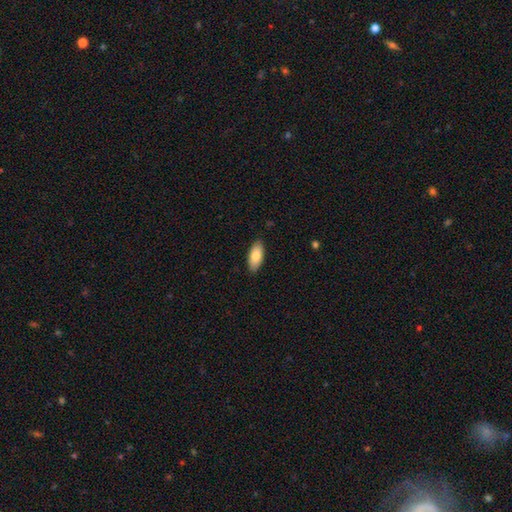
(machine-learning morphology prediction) Smooth or featured? smooth (82%)
How rounded? in between (88%)
Merging? none (87%)